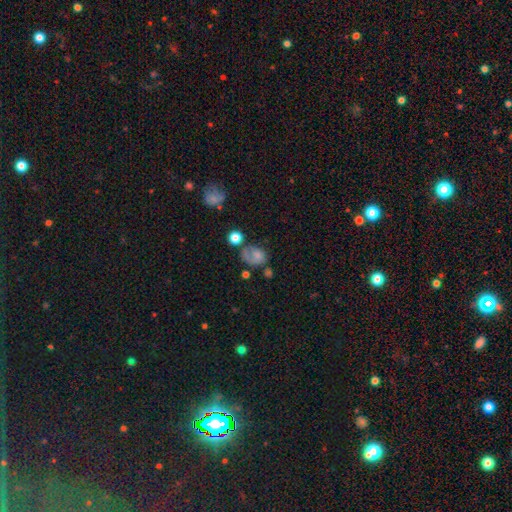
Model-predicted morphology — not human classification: A smooth galaxy with no disk features (54%) that is in between round and cigar-shaped (59%).

Vote fractions:
- Smooth or featured? smooth: 54% / featured or disk: 32% / star or artifact: 14%
- How rounded? in between: 59% / round: 40% / cigar-shaped: 1%
- Merging? major disturbance: 34% / none: 32% / minor disturbance: 23% / merger: 12%